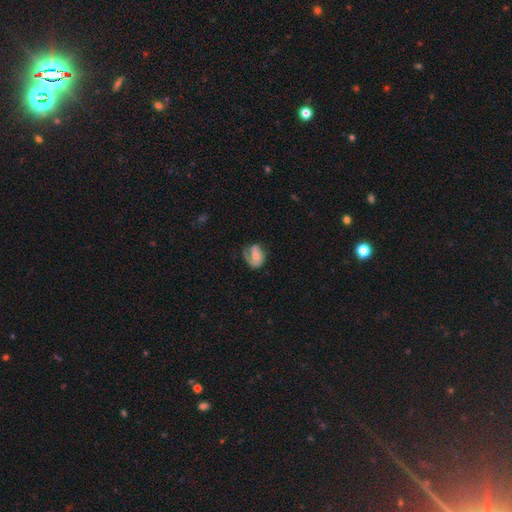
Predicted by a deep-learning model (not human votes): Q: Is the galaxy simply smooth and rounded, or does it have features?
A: smooth — 47%.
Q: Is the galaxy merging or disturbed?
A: none — 37%.